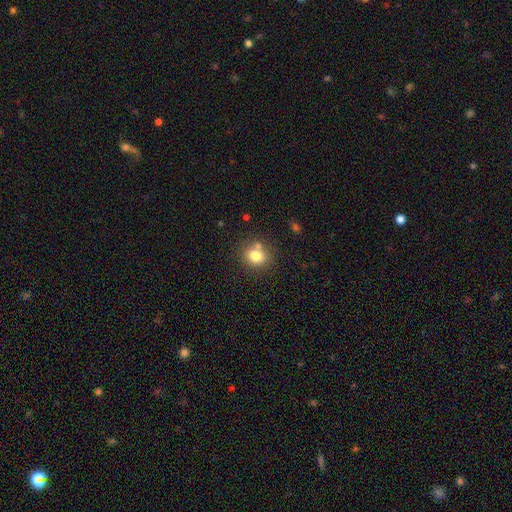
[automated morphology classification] A smooth galaxy with no disk features (79%) that is round (78%).

Vote fractions:
- Smooth or featured? smooth: 79% / star or artifact: 12% / featured or disk: 9%
- How rounded? round: 78% / in between: 21% / cigar-shaped: 1%
- Merging? none: 71% / merger: 14% / minor disturbance: 11% / major disturbance: 4%